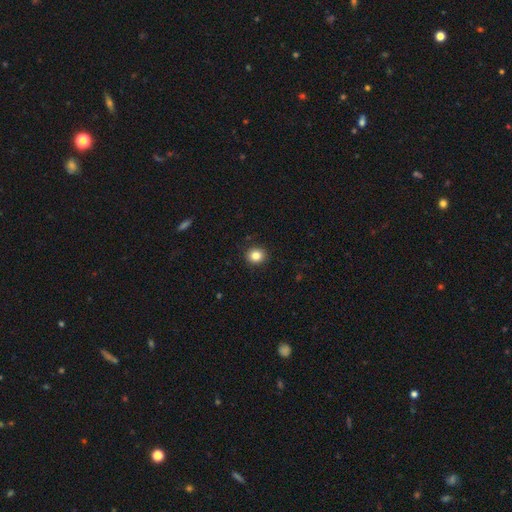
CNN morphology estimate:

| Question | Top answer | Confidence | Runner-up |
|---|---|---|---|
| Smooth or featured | smooth | 84% | star or artifact (11%) |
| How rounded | round | 85% | in between (14%) |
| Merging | none | 92% | minor disturbance (6%) |